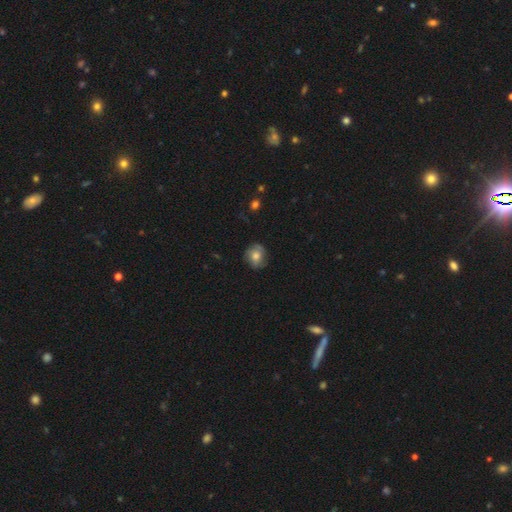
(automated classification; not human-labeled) The model was most divided on "smooth or featured": smooth: 62%, featured or disk: 29%, star or artifact: 9%. More confident: merging — none (72%); how rounded — round (71%).